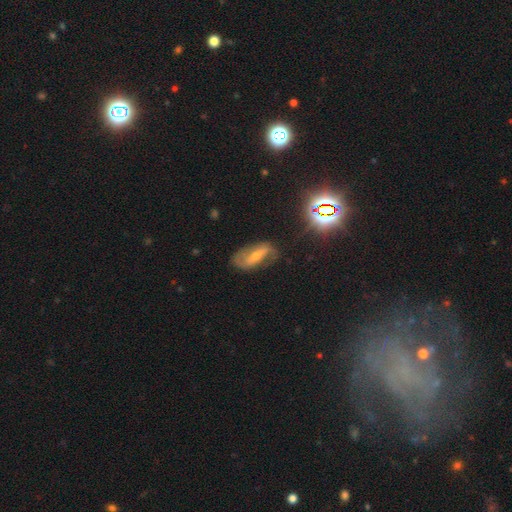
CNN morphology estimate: This appears to be a featured or disk galaxy (70%) with a strong bar (50%), 2 (82%) loose (46%) spiral arms (85%) and a small central bulge (55%). Merging: none (68%).